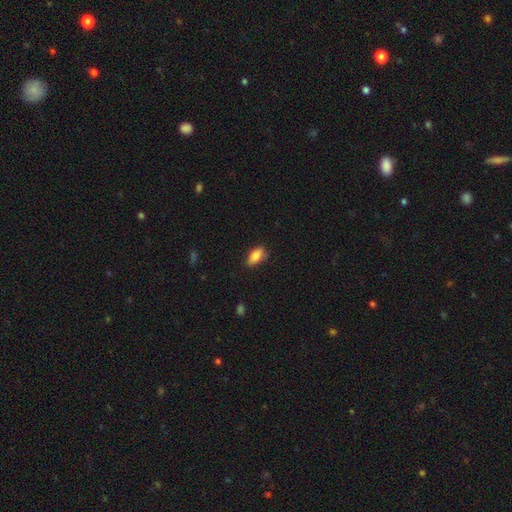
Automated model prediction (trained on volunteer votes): smooth 83%, featured or disk 10%, star or artifact 8%. Down the decision tree: how rounded — in between (89%); merging — none (73%).